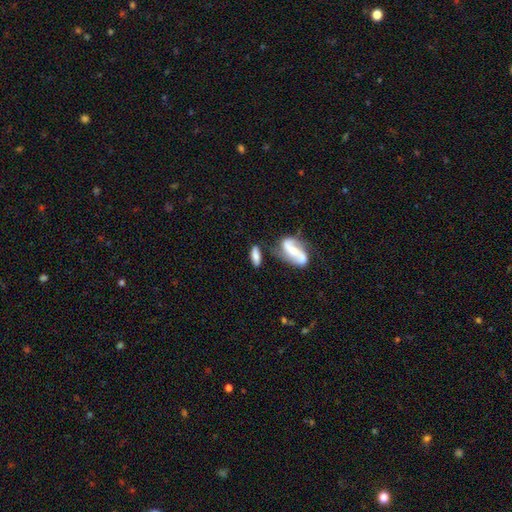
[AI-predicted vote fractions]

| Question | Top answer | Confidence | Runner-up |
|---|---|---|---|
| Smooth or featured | smooth | 64% | featured or disk (28%) |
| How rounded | in between | 61% | cigar-shaped (35%) |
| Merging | none | 54% | minor disturbance (19%) |